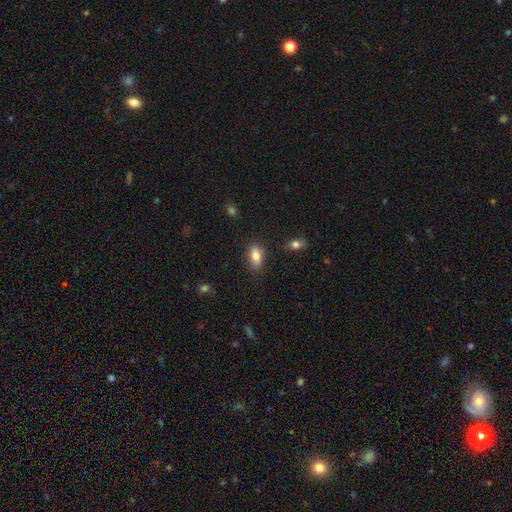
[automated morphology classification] A smooth galaxy with no disk features (83%) that is in between round and cigar-shaped (89%). Merging: none (74%).